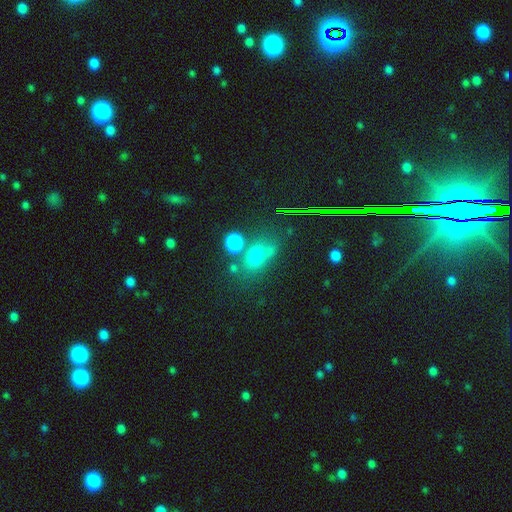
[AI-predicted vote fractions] Overall: smooth (65%). How rounded: in between (58%; round 38%). Merging: none (54%; merger 20%).